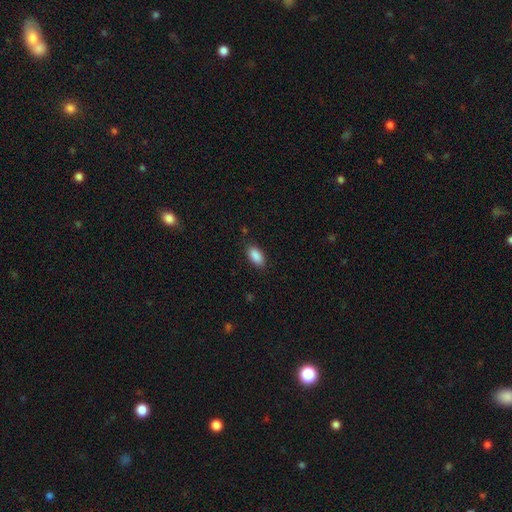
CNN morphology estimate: Smooth or featured? Predicted: smooth (p=0.90). How rounded? Predicted: in between (p=0.92). Merging? Predicted: none (p=0.86).